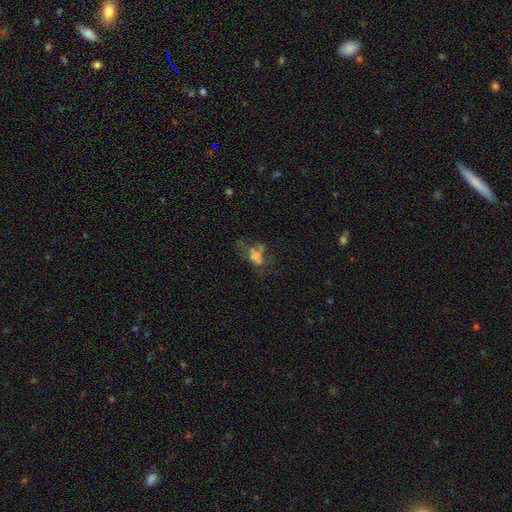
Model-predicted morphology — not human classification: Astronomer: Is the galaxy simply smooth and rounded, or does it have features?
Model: featured or disk — 39%, tied with smooth at 39%.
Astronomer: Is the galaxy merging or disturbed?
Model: major disturbance — 36% (runner-up: none, 31%).